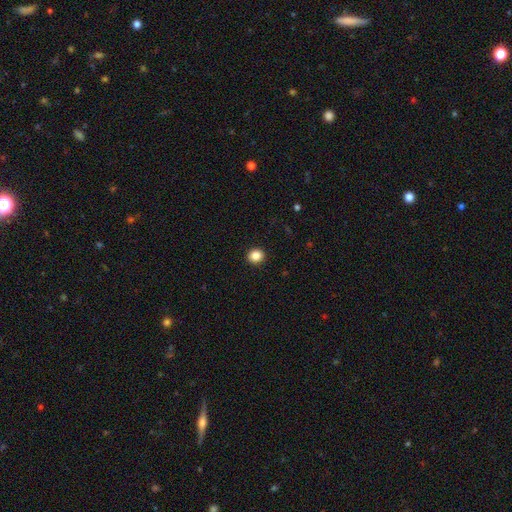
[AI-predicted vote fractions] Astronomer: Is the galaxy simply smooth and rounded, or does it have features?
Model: smooth — 86%.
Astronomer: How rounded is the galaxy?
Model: round — 84%.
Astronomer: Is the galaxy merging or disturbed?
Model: none — 93%.